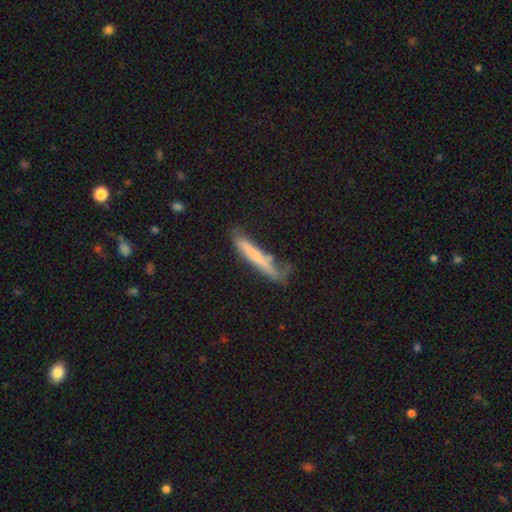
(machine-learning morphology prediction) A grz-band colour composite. It shows a smooth galaxy with no disk features (60%) that is cigar-shaped (94%). Merging: none (57%).